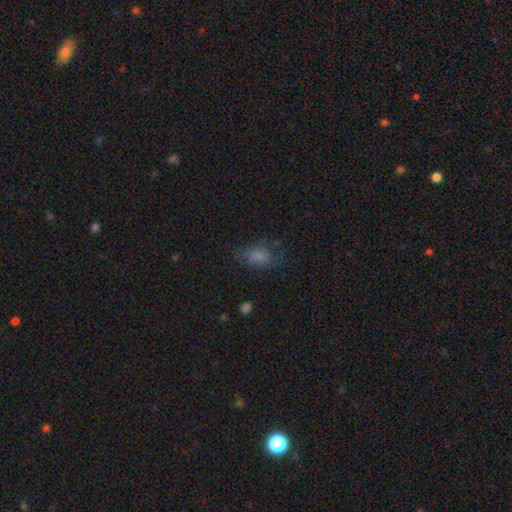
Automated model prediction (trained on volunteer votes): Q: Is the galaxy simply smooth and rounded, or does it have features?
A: smooth — 69%.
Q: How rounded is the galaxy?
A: in between — 76%.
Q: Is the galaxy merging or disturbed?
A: none — 66%.